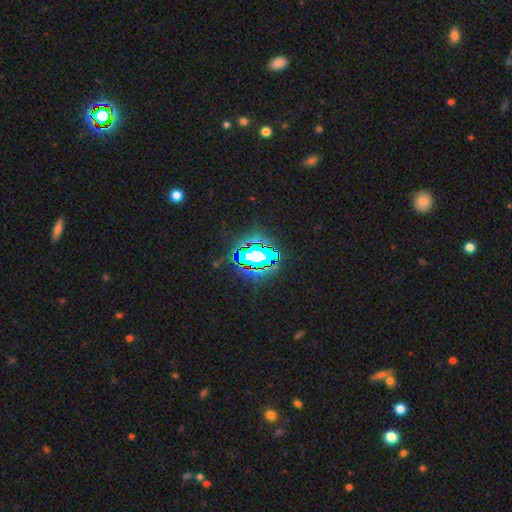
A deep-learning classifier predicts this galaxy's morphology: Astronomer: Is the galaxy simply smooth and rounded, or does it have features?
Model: star or artifact — 67%.